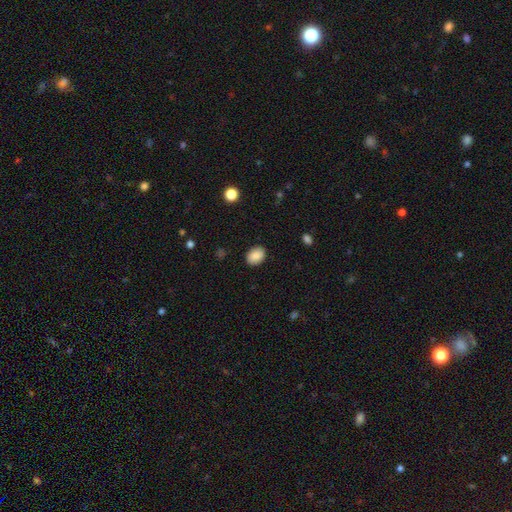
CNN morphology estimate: Q: Smooth or featured?
A: smooth (88%); runner-up: star or artifact (7%)
Q: How rounded?
A: in between (71%); runner-up: round (28%)
Q: Merging?
A: none (88%); runner-up: minor disturbance (8%)